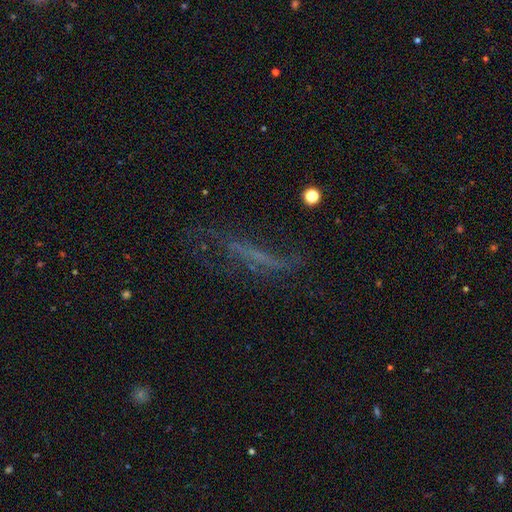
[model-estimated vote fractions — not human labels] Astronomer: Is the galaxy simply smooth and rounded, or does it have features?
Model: featured or disk — 46% (runner-up: smooth, 33%).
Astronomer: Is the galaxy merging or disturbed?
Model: none — 45% (runner-up: major disturbance, 28%).